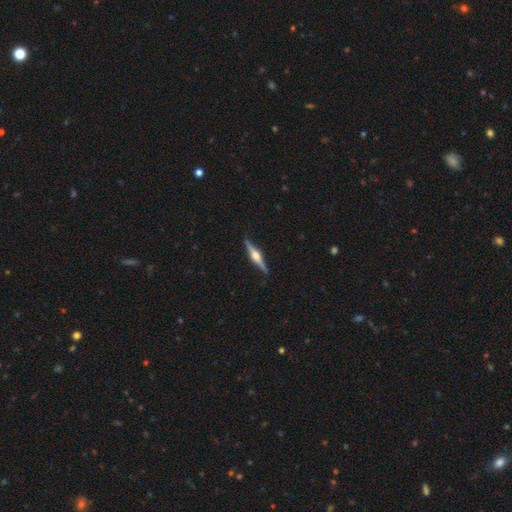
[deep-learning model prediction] smooth_or_featured: featured or disk (p=0.81) [alt: smooth p=0.14]
disk_edge_on: yes (p=0.98) [alt: no p=0.02]
edge_on_bulge: rounded (p=0.93) [alt: boxy p=0.05]
merging: none (p=0.90) [alt: minor disturbance p=0.08]